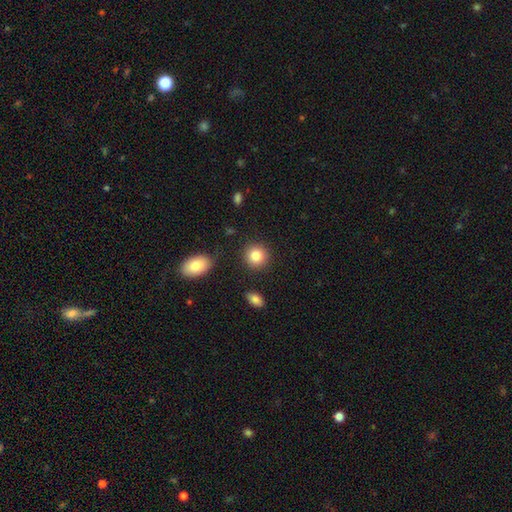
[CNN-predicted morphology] Overall: smooth (85%). How rounded: round (89%). Merging: none (87%).